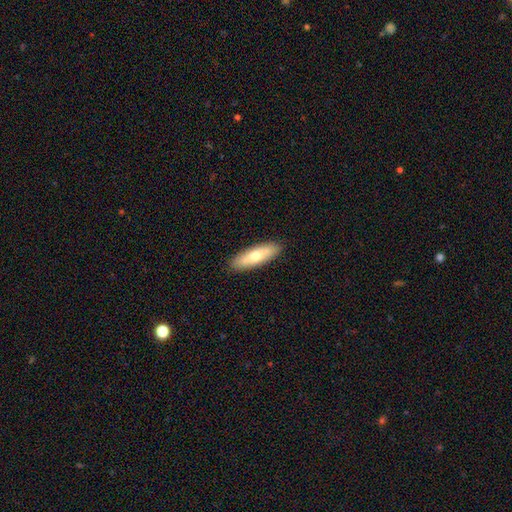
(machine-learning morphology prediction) The model was most divided on "how rounded": cigar-shaped: 54%, in between: 44%, round: 2%. More confident: merging — none (90%); smooth or featured — smooth (68%).